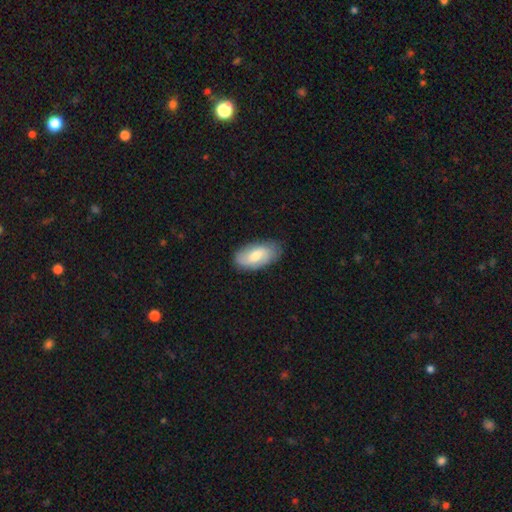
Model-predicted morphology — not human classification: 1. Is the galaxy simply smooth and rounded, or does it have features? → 64% smooth, 30% featured or disk, 6% star or artifact.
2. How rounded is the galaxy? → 93% in between, 4% cigar-shaped, 3% round.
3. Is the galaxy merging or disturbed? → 79% none, 17% minor disturbance, 3% major disturbance, 1% merger.